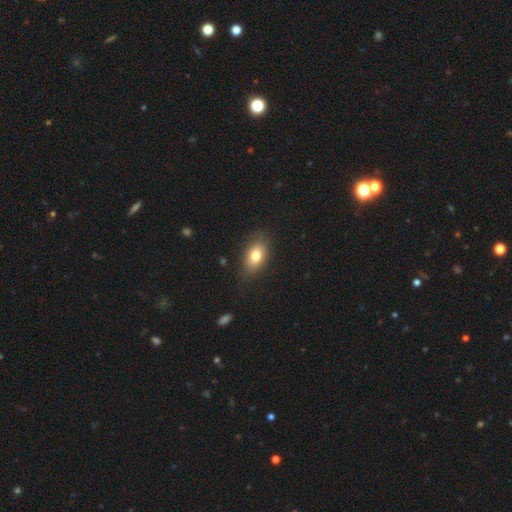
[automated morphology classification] A smooth galaxy with no disk features (77%) that is in between round and cigar-shaped (85%).

Vote fractions:
- Smooth or featured? smooth: 77% / featured or disk: 14% / star or artifact: 9%
- How rounded? in between: 85% / round: 12% / cigar-shaped: 4%
- Merging? none: 83% / minor disturbance: 13% / major disturbance: 3% / merger: 1%